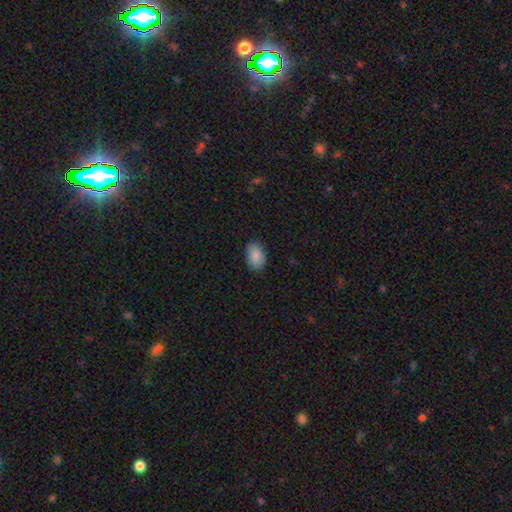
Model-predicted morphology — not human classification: This appears to be a smooth galaxy with no disk features (87%) that is in between round and cigar-shaped (87%). Merging: none (86%).